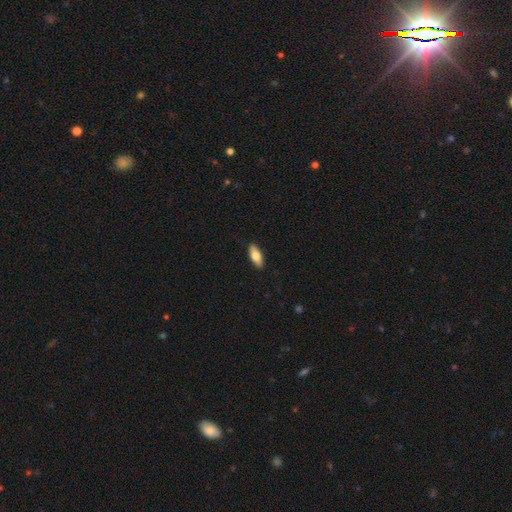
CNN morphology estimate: A smooth galaxy with no disk features (75%) that is in between round and cigar-shaped (80%).

Vote fractions:
- Smooth or featured? smooth: 75% / featured or disk: 20% / star or artifact: 6%
- How rounded? in between: 80% / cigar-shaped: 18% / round: 2%
- Merging? none: 89% / minor disturbance: 8% / major disturbance: 2% / merger: 1%